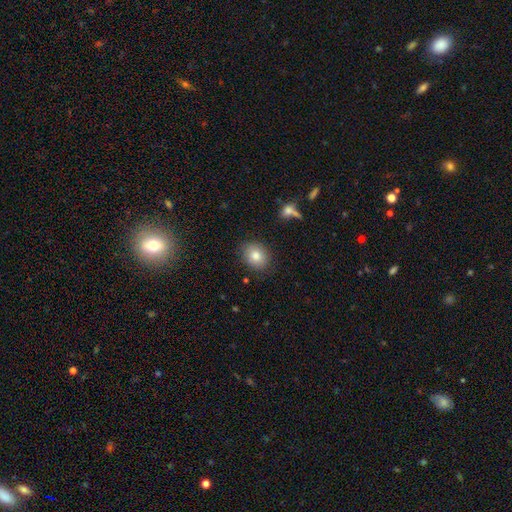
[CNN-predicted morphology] type=smooth (82%); roundness=round (57%); merging=none (84%).